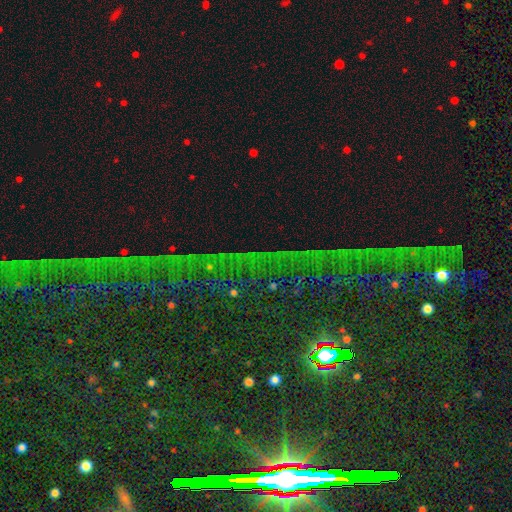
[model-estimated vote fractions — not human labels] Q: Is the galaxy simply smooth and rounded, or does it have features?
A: star or artifact — 82%.